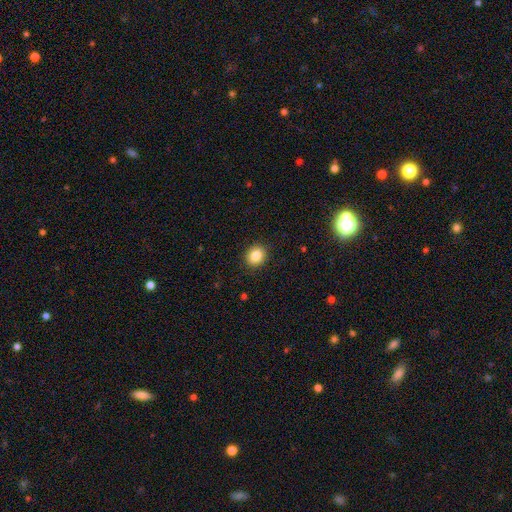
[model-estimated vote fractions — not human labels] Smooth or featured? smooth (85%)
How rounded? round (70%)
Merging? none (90%)